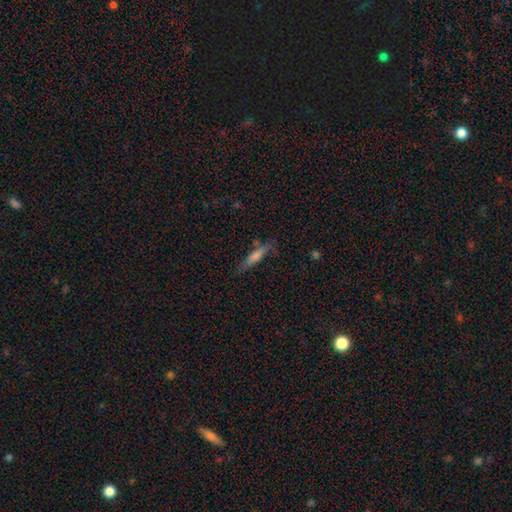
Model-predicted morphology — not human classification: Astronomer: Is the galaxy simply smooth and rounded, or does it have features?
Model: smooth — 60%.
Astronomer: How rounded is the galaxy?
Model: cigar-shaped — 83%.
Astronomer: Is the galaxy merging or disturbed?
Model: none — 72%.